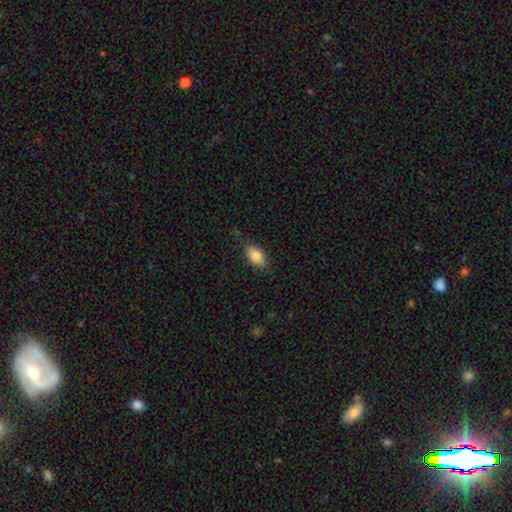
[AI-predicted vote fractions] A smooth galaxy with no disk features (85%) that is in between round and cigar-shaped (90%).

Vote fractions:
- Smooth or featured? smooth: 85% / featured or disk: 8% / star or artifact: 7%
- How rounded? in between: 90% / cigar-shaped: 6% / round: 4%
- Merging? none: 81% / minor disturbance: 15% / major disturbance: 3% / merger: 1%